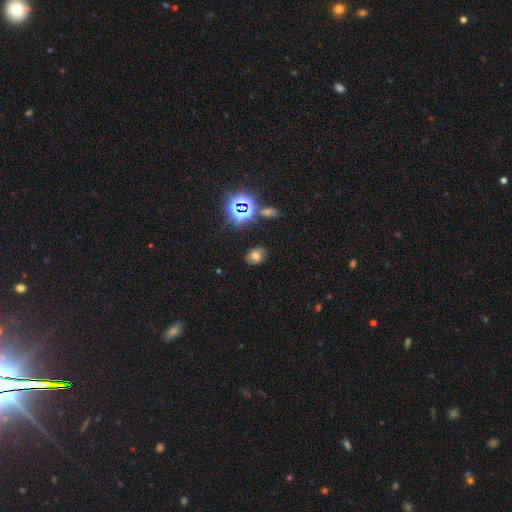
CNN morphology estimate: smooth 56%, star or artifact 26%, featured or disk 18%. Down the decision tree: how rounded — in between (71%); merging — none (81%).